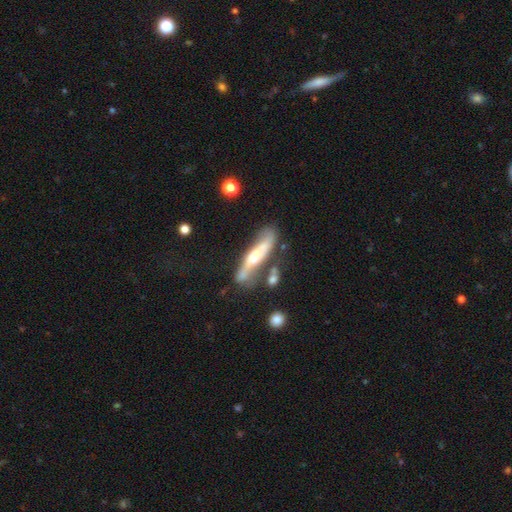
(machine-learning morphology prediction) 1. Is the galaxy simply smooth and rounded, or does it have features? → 61% featured or disk, 32% smooth, 6% star or artifact.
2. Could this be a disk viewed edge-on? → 52% yes, 48% no.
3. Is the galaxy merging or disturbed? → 51% none, 23% minor disturbance, 15% merger, 12% major disturbance.